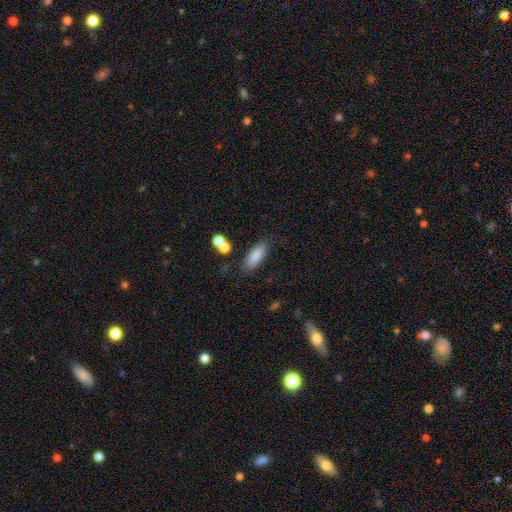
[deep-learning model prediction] Smooth or featured? Predicted: smooth (p=0.84). How rounded? Predicted: in between (p=0.66). Merging? Predicted: none (p=0.75).